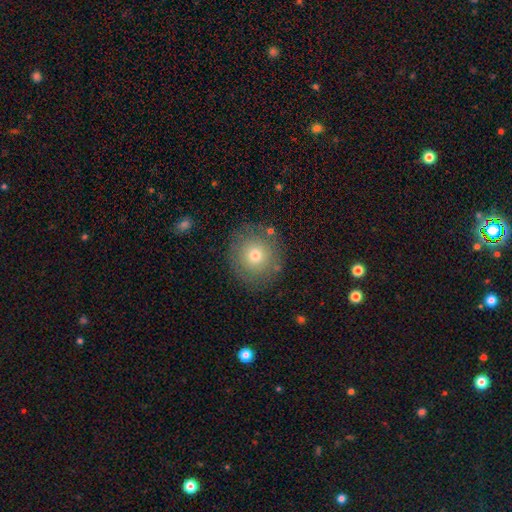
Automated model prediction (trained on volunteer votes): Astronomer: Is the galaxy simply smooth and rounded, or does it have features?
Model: smooth — 68%.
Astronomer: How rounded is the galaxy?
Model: round — 90%.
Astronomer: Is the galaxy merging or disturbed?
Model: none — 85%.